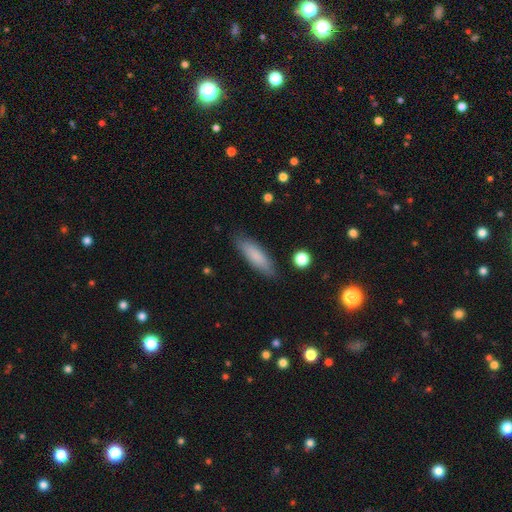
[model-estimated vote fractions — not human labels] smooth 82%, featured or disk 12%, star or artifact 6%. Down the decision tree: how rounded — cigar-shaped (59%); merging — none (85%).